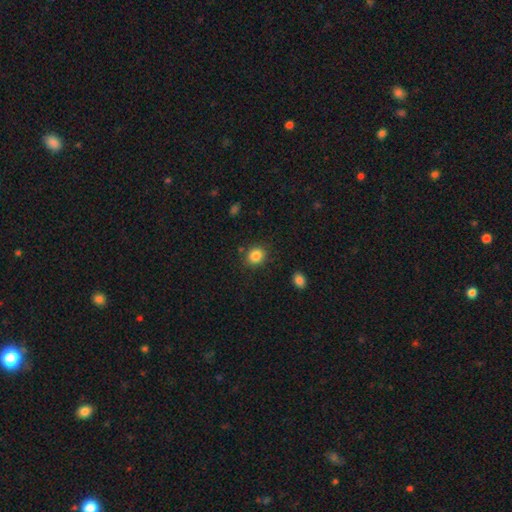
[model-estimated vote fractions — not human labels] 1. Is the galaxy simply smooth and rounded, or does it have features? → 86% smooth, 10% star or artifact, 5% featured or disk.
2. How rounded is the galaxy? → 67% round, 32% in between, 1% cigar-shaped.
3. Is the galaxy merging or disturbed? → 84% none, 10% minor disturbance, 3% major disturbance, 3% merger.